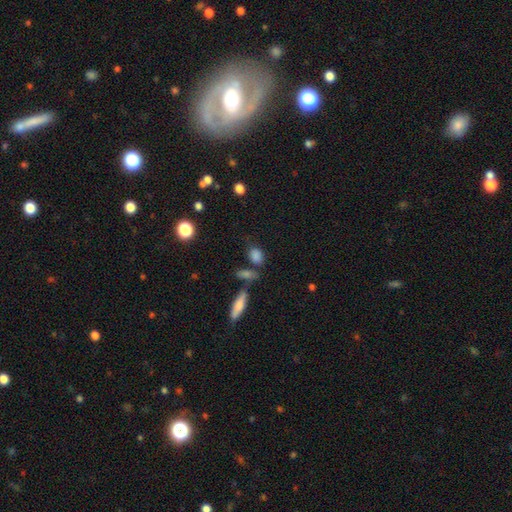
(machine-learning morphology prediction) Smooth or featured? smooth (82%)
How rounded? in between (76%)
Merging? none (62%)